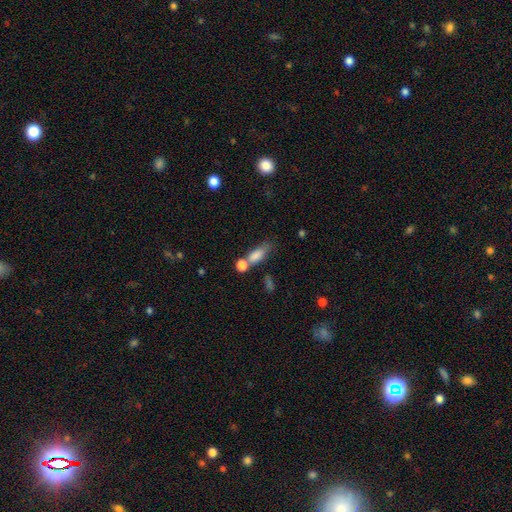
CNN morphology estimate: A smooth galaxy with no disk features (79%) that is in between round and cigar-shaped (68%). Merging: none (36%).